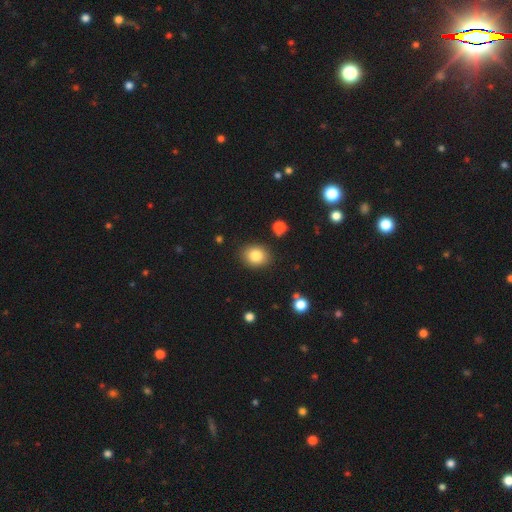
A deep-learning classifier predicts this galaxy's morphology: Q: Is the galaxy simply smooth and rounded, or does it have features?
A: smooth — 83%.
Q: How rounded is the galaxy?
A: round — 54%.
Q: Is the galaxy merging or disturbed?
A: none — 87%.